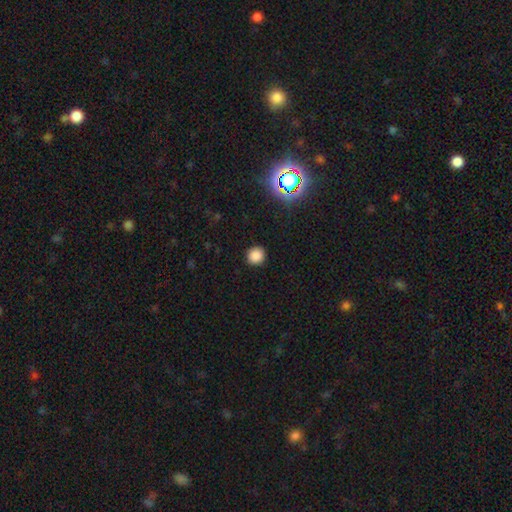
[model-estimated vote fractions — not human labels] Morphology: type=smooth (84%); roundness=round (89%); merging=none (91%).